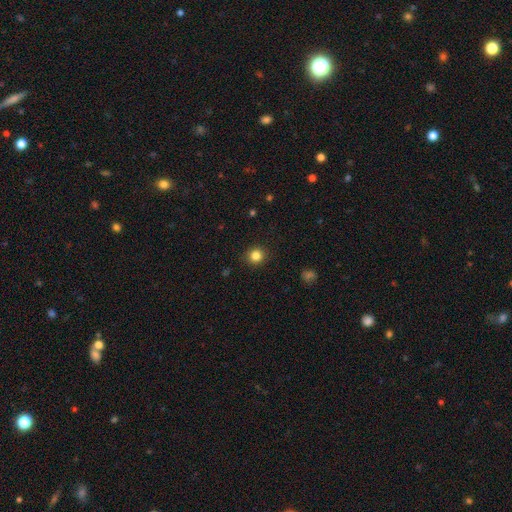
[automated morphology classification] A smooth galaxy with no disk features (83%) that is round (90%). Merging: none (91%).